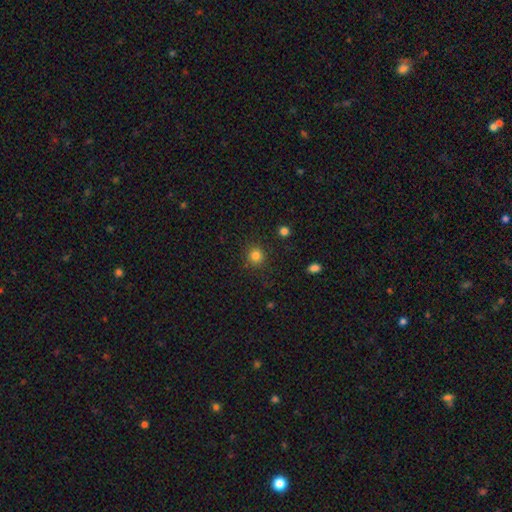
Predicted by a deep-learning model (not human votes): Smooth or featured: smooth — 82% (star or artifact — 13%)
How rounded: round — 91% (in between — 8%)
Merging: none — 89% (minor disturbance — 7%)